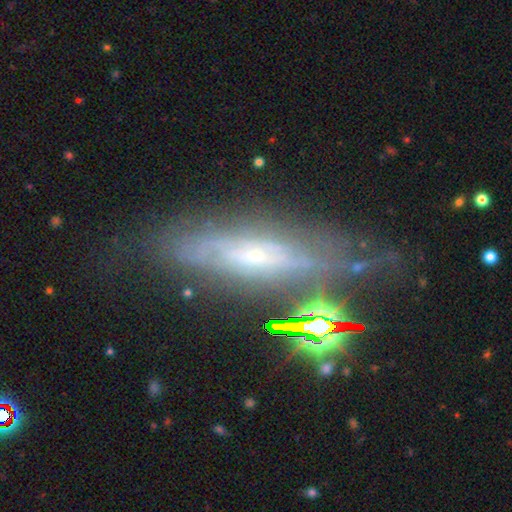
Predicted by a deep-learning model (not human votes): Q: Smooth or featured?
A: featured or disk (67%); runner-up: smooth (17%)
Q: Edge-on disk?
A: yes (51%); runner-up: no (49%)
Q: Merging?
A: none (58%); runner-up: minor disturbance (21%)